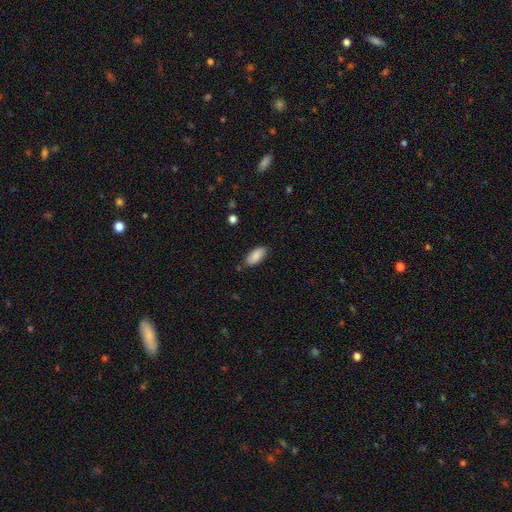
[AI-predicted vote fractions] Smooth or featured? smooth (84%)
How rounded? in between (90%)
Merging? none (83%)